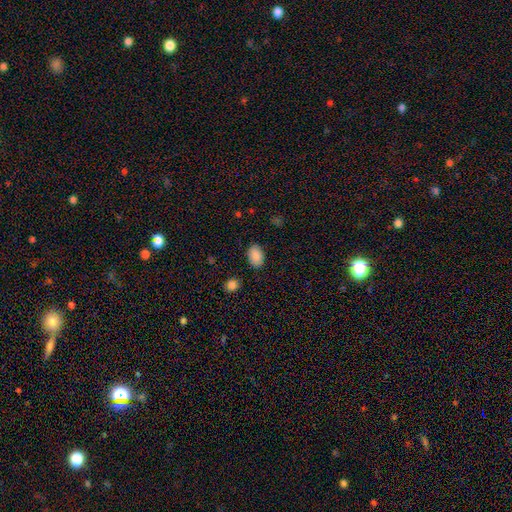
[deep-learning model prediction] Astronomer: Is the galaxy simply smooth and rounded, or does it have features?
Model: smooth — 89%.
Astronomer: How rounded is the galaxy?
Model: in between — 87%.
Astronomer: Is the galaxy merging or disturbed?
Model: none — 86%.